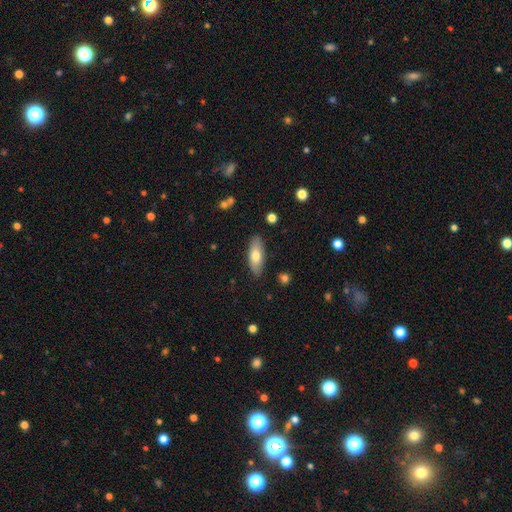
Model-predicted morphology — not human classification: smooth_or_featured: smooth (p=0.72) [alt: featured or disk p=0.22]
how_rounded: in between (p=0.76) [alt: cigar-shaped p=0.22]
merging: none (p=0.86) [alt: minor disturbance p=0.11]